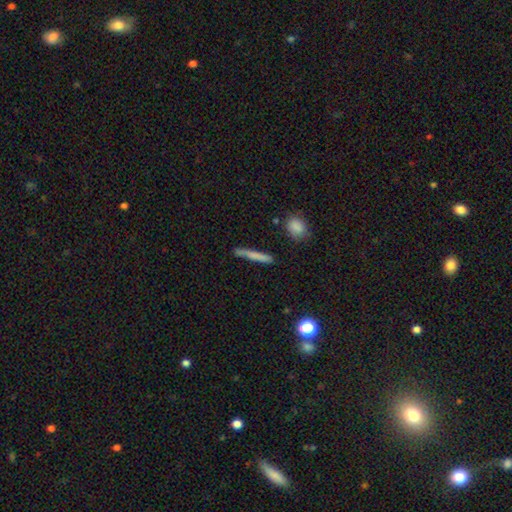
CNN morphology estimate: The model was most divided on "smooth or featured": smooth: 70%, featured or disk: 23%, star or artifact: 7%. More confident: how rounded — cigar-shaped (93%); merging — none (80%).